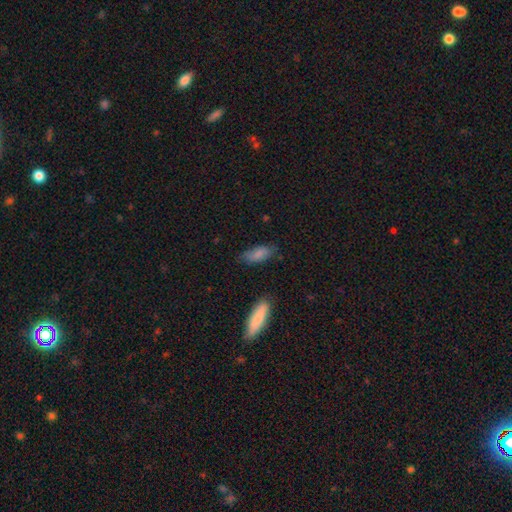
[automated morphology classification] smooth_or_featured: smooth (p=0.77) [alt: featured or disk p=0.14]
how_rounded: in between (p=0.69) [alt: cigar-shaped p=0.28]
merging: none (p=0.73) [alt: minor disturbance p=0.20]